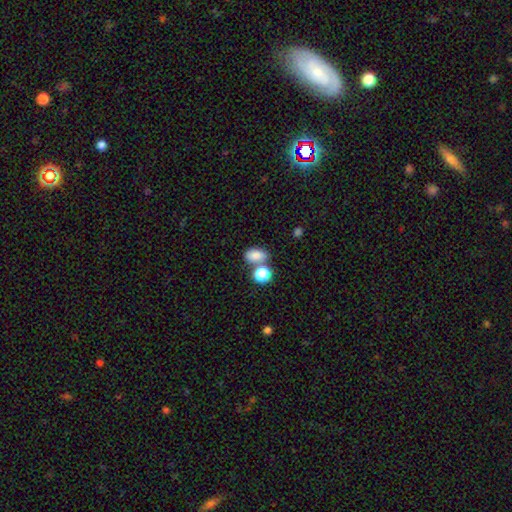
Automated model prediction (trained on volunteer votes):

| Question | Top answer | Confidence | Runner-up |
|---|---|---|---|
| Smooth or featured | smooth | 80% | star or artifact (12%) |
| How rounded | in between | 79% | round (19%) |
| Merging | none | 55% | merger (27%) |